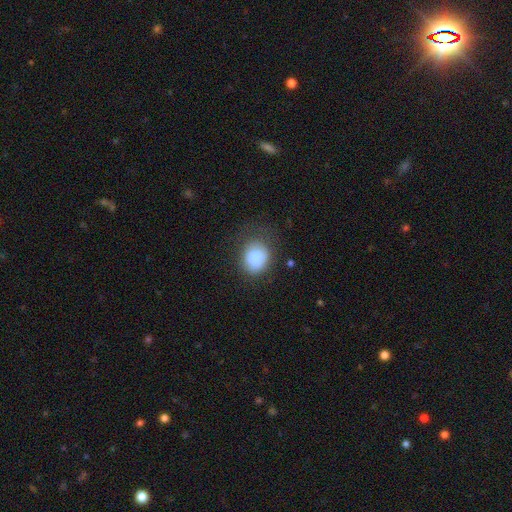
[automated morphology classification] This appears to be a smooth galaxy with no disk features (86%) that is round (62%). Merging: none (65%).